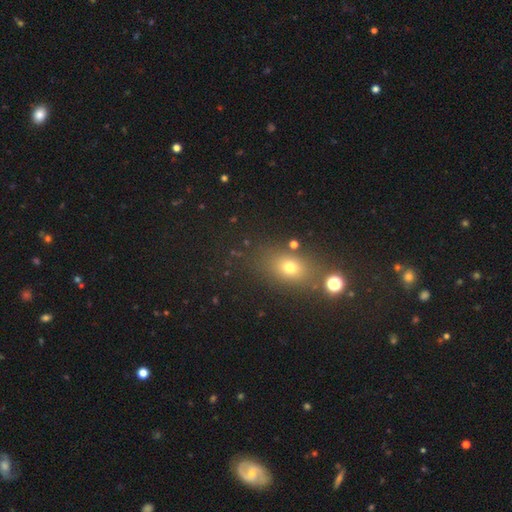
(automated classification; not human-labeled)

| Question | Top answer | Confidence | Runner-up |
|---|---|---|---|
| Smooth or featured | smooth | 52% | star or artifact (36%) |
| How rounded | round | 49% | in between (46%) |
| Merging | none | 64% | merger (17%) |